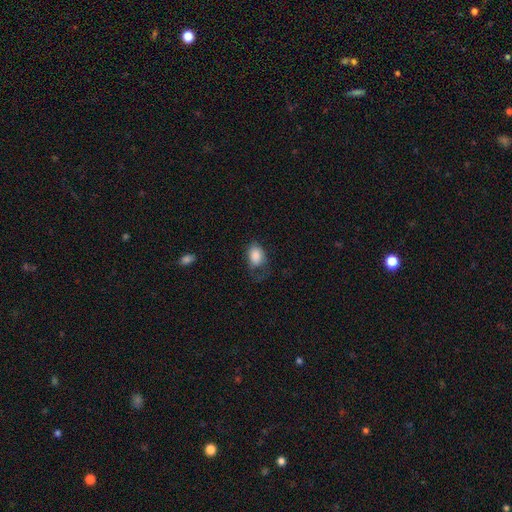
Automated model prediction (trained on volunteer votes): Overall: smooth (85%). How rounded: in between (83%). Merging: none (45%; minor disturbance 29%).